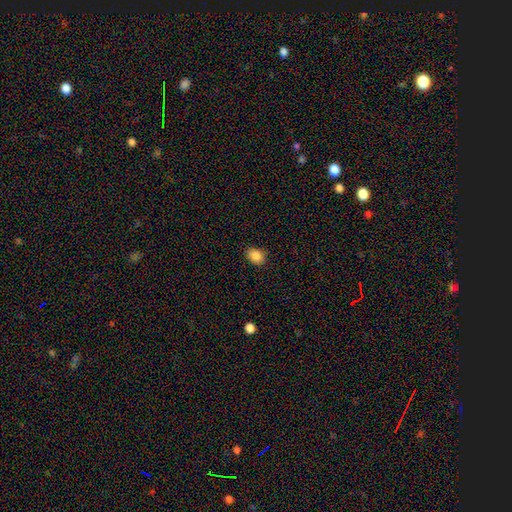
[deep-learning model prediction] smooth-or-featured: smooth: 86% | star or artifact: 10% | featured or disk: 4%
  how-rounded: in between: 53% | round: 47% | cigar-shaped: 1%
  merging: none: 86% | minor disturbance: 11% | major disturbance: 2% | merger: 1%